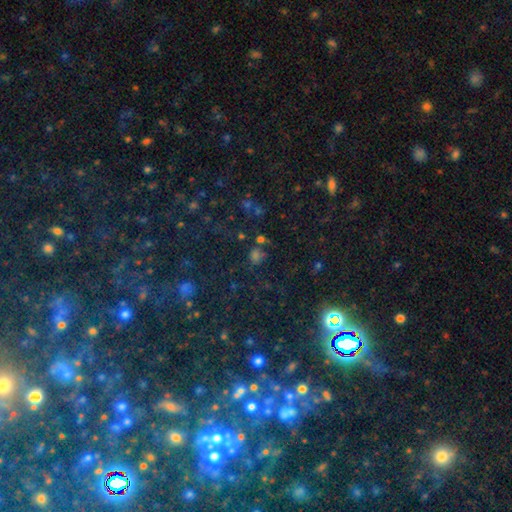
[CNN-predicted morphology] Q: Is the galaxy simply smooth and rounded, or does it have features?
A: star or artifact — 71%.